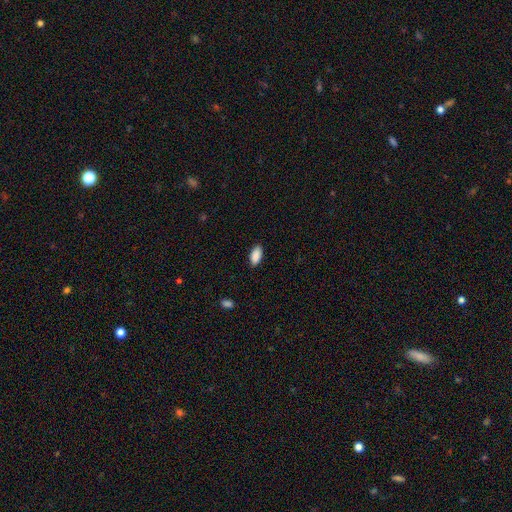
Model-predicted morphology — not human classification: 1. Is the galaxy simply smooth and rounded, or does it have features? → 90% smooth, 7% star or artifact, 3% featured or disk.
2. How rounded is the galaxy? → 92% in between, 6% cigar-shaped, 2% round.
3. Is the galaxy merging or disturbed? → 88% none, 9% minor disturbance, 2% major disturbance, 1% merger.